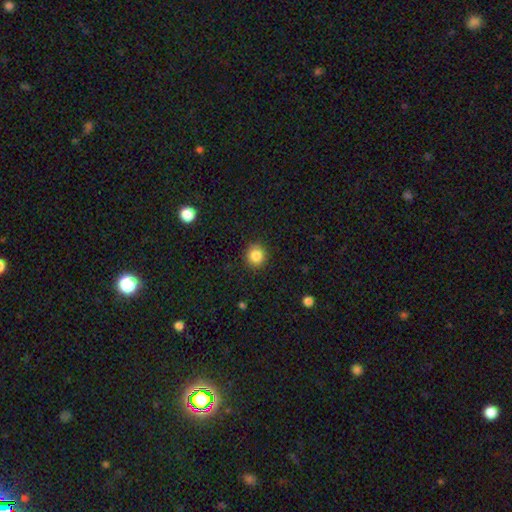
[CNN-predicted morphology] Smooth or featured?
  - smooth: 85% *
  - star or artifact: 10%
  - featured or disk: 5%
How rounded?
  - round: 90% *
  - in between: 9%
  - cigar-shaped: 1%
Merging?
  - none: 90% *
  - minor disturbance: 7%
  - major disturbance: 2%
  - merger: 1%